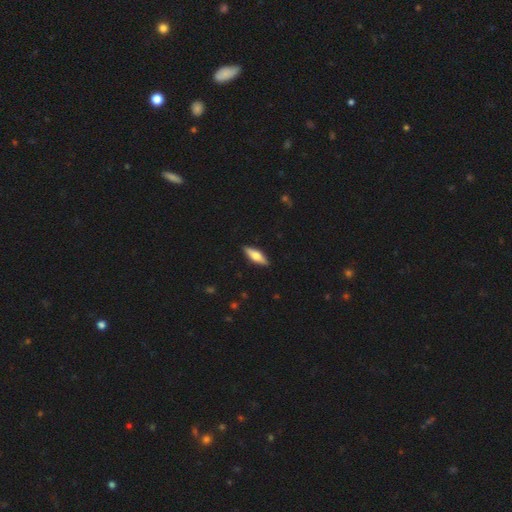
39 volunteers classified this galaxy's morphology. This appears to be a smooth galaxy with no disk features (49%) that is cigar-shaped (53%). Merging: none (94%).